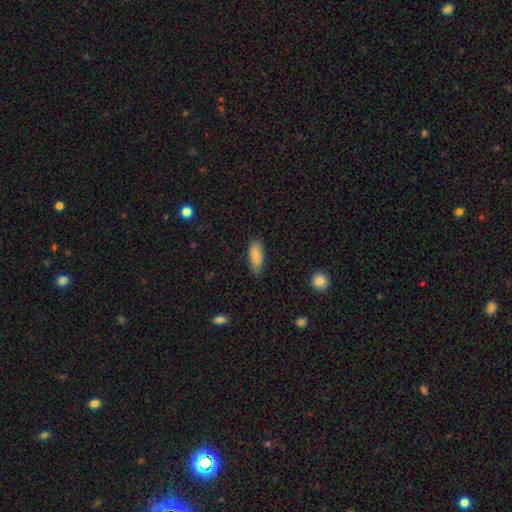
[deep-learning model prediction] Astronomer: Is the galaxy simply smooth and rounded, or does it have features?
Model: smooth — 83%.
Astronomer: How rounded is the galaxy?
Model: in between — 76%.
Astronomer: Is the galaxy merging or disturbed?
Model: none — 79%.